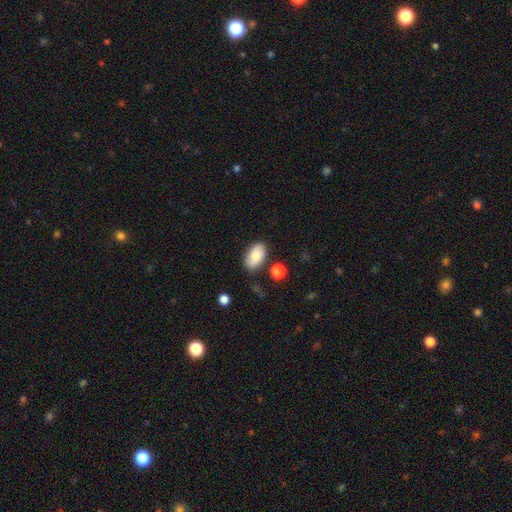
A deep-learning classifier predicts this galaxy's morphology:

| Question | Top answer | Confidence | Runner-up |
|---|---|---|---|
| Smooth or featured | smooth | 78% | featured or disk (15%) |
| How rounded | in between | 93% | round (5%) |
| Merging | none | 78% | minor disturbance (15%) |